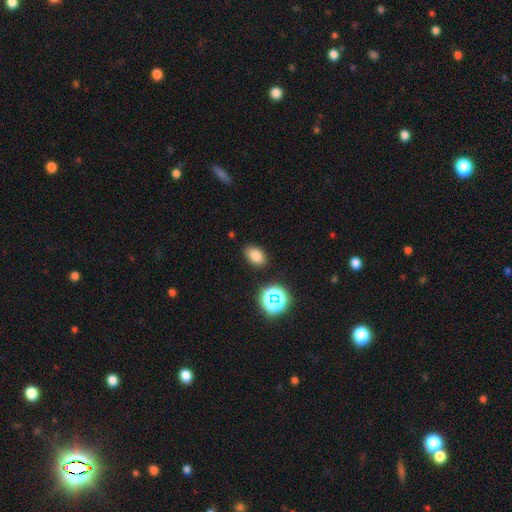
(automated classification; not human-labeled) This appears to be a smooth galaxy with no disk features (77%) that is in between round and cigar-shaped (83%). Merging: none (86%).